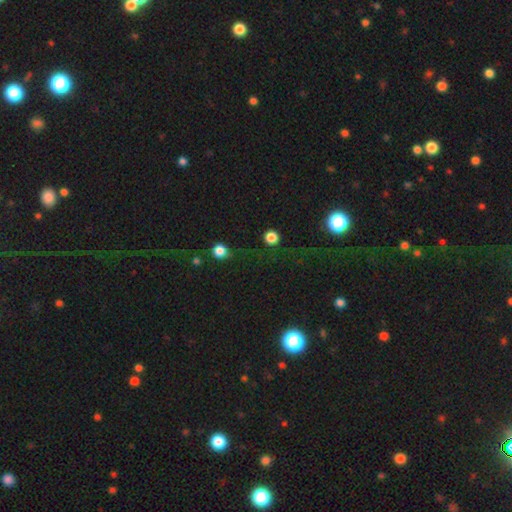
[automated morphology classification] Smooth or featured: star or artifact — 64% (smooth — 27%)